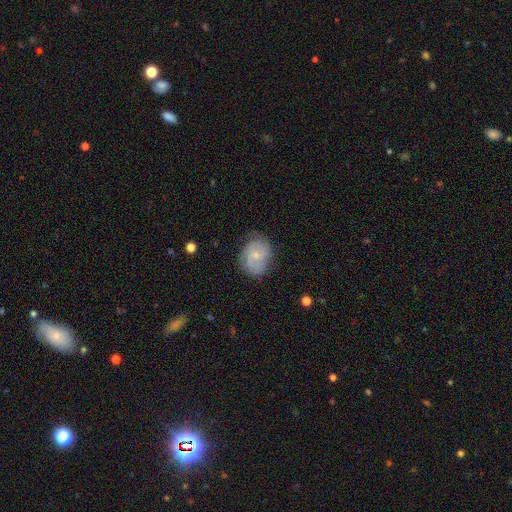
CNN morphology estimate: type=featured or disk (59%); edge-on=no (97%); bar=no (62%); spiral arms=yes (87%); bulge=small (68%); merging=none (71%).